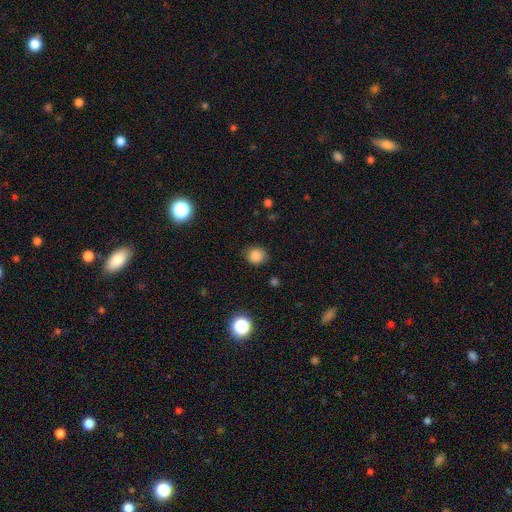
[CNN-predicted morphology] Smooth or featured: smooth — 85% (star or artifact — 12%)
How rounded: round — 81% (in between — 18%)
Merging: none — 83% (minor disturbance — 12%)